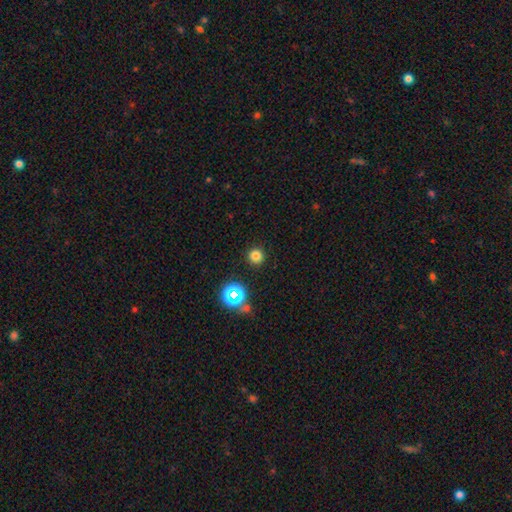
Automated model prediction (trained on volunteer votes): smooth 76%, star or artifact 18%, featured or disk 6%. Down the decision tree: how rounded — round (95%); merging — none (91%).